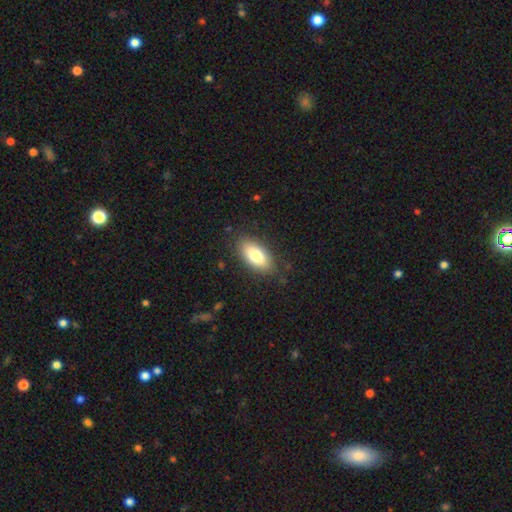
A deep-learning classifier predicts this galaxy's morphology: Smooth or featured? Predicted: smooth (p=0.78). How rounded? Predicted: in between (p=0.90). Merging? Predicted: none (p=0.85).